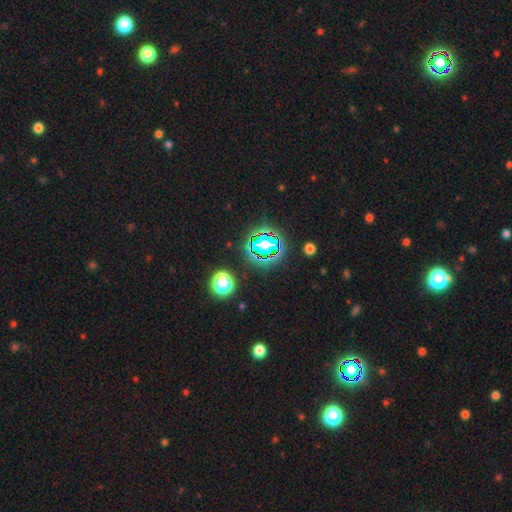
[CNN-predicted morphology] smooth-or-featured: star or artifact: 65% | smooth: 23% | featured or disk: 12%